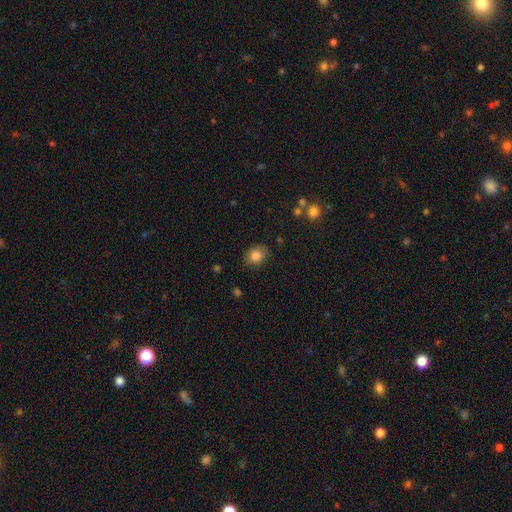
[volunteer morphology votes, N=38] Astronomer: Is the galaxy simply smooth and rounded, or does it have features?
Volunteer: smooth — 87%.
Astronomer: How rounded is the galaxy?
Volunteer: round — 64%.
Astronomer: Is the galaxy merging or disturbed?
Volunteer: none — 72%.